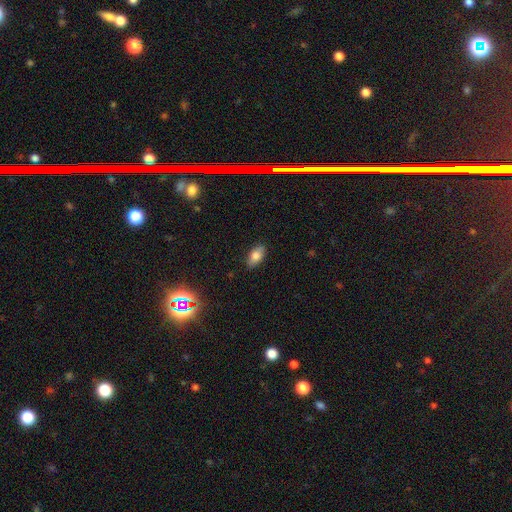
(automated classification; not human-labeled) A smooth galaxy with no disk features (77%) that is in between round and cigar-shaped (88%).

Vote fractions:
- Smooth or featured? smooth: 77% / featured or disk: 14% / star or artifact: 9%
- How rounded? in between: 88% / cigar-shaped: 8% / round: 4%
- Merging? none: 86% / minor disturbance: 11% / major disturbance: 2% / merger: 1%